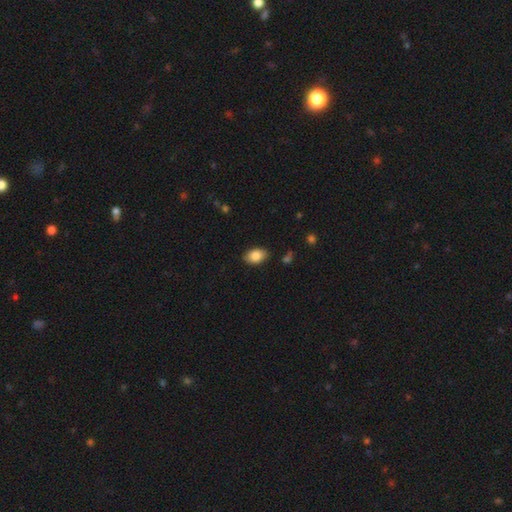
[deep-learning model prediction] smooth-or-featured: smooth: 86% | featured or disk: 7% | star or artifact: 7%
  how-rounded: in between: 89% | round: 10% | cigar-shaped: 1%
  merging: none: 86% | minor disturbance: 10% | major disturbance: 2% | merger: 1%